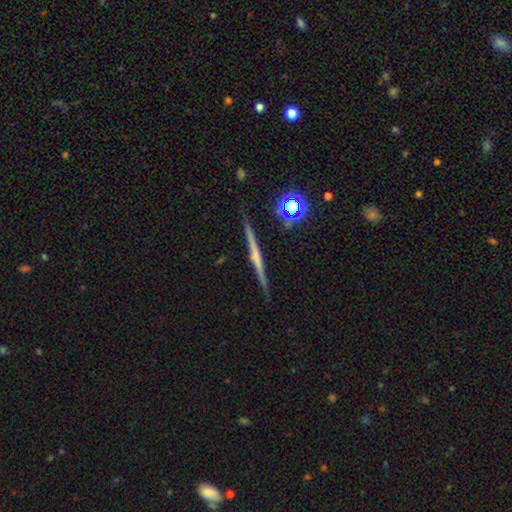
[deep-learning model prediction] This is likely a featured or disk galaxy (64%). It is clearly viewed edge-on (98%). Edge-on bulge: likely none (60%). Merging: clearly none (90%).